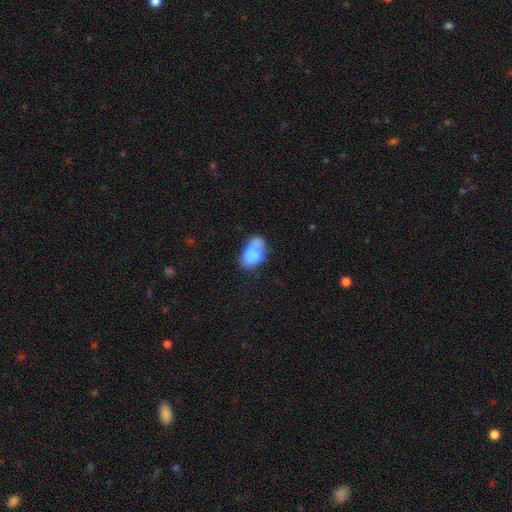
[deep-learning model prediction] Smooth or featured: smooth — 57% (featured or disk — 34%)
How rounded: in between — 82% (round — 16%)
Merging: merger — 54% (none — 22%)